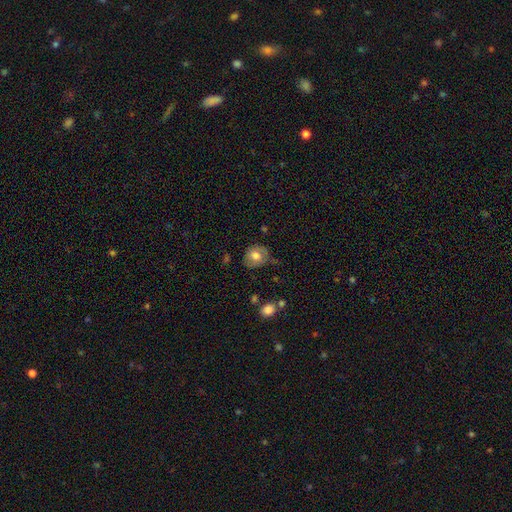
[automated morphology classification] smooth_or_featured: smooth (p=0.70) [alt: featured or disk p=0.22]
how_rounded: round (p=0.71) [alt: in between p=0.28]
merging: none (p=0.62) [alt: minor disturbance p=0.27]